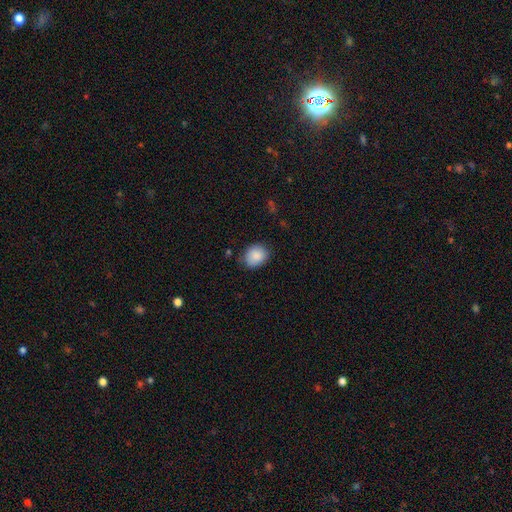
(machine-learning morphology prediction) smooth-or-featured: smooth: 88% | star or artifact: 7% | featured or disk: 5%
  how-rounded: round: 58% | in between: 42% | cigar-shaped: 1%
  merging: none: 79% | minor disturbance: 17% | major disturbance: 3% | merger: 2%